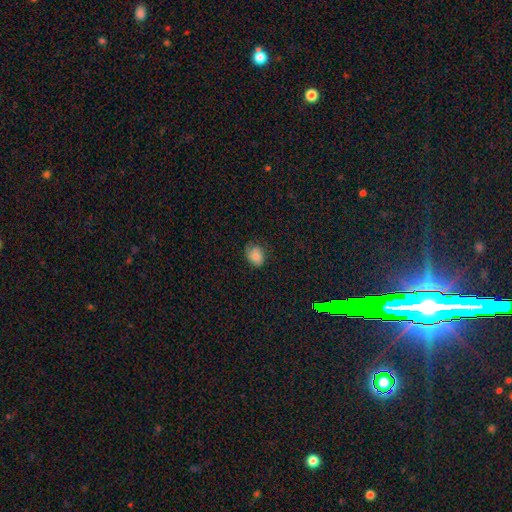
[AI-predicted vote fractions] A smooth galaxy with no disk features (76%) that is in between round and cigar-shaped (63%).

Vote fractions:
- Smooth or featured? smooth: 76% / featured or disk: 13% / star or artifact: 11%
- How rounded? in between: 63% / round: 36% / cigar-shaped: 1%
- Merging? none: 58% / minor disturbance: 30% / major disturbance: 10% / merger: 1%